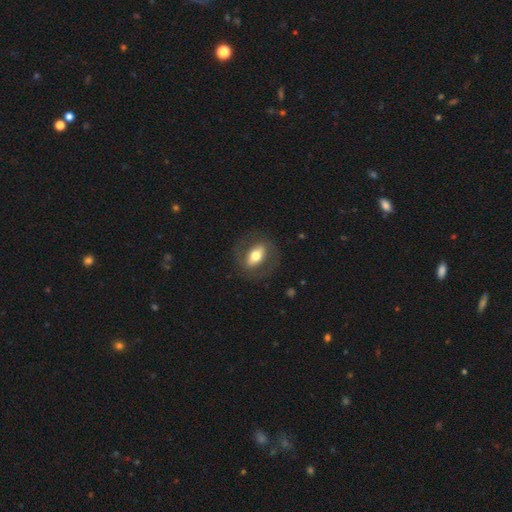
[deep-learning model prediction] Morphology: type=smooth (47%); merging=none (78%).